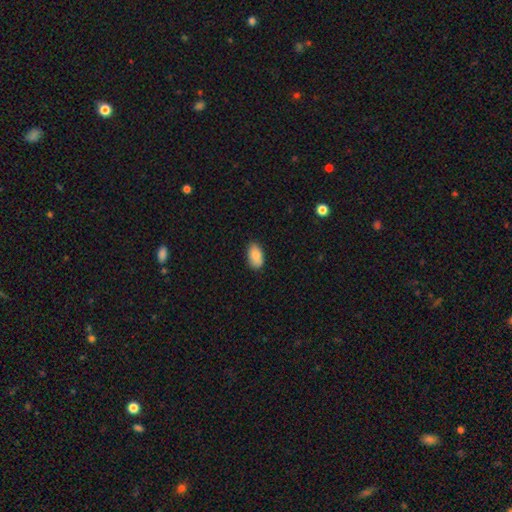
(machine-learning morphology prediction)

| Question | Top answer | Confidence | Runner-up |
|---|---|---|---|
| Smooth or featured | smooth | 86% | star or artifact (7%) |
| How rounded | in between | 93% | round (5%) |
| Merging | none | 83% | minor disturbance (14%) |